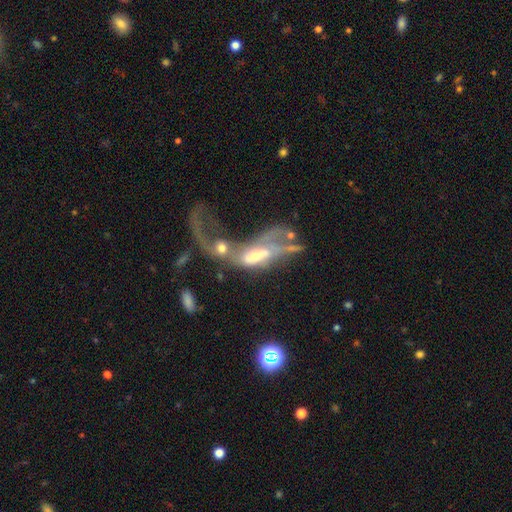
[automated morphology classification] Overall: featured or disk (64%; smooth 26%). Edge-on disk: no (86%). Bar: no (50%; weak 32%). Spiral arms: yes (53%; no 47%). Bulge size: moderate (52%; small 23%). Merging: merger (67%).